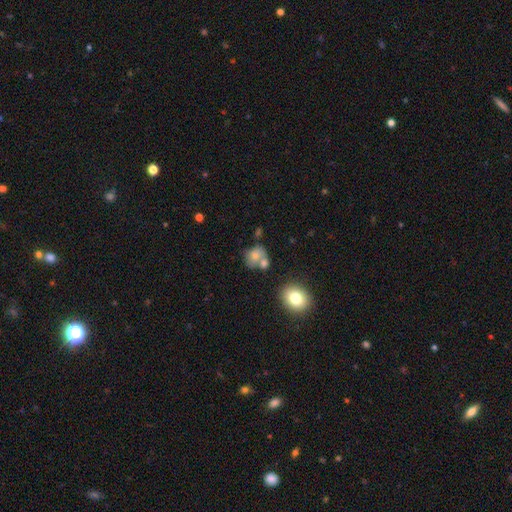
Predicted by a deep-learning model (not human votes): A smooth galaxy with no disk features (73%) that is round (65%). Merging: none (43%).